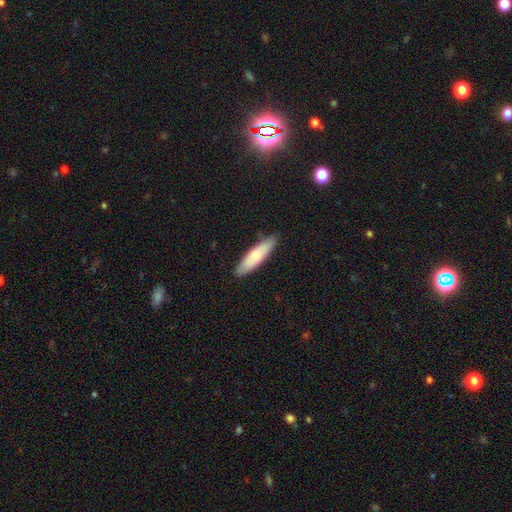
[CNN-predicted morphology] type=smooth (68%); roundness=cigar-shaped (66%); merging=none (86%).